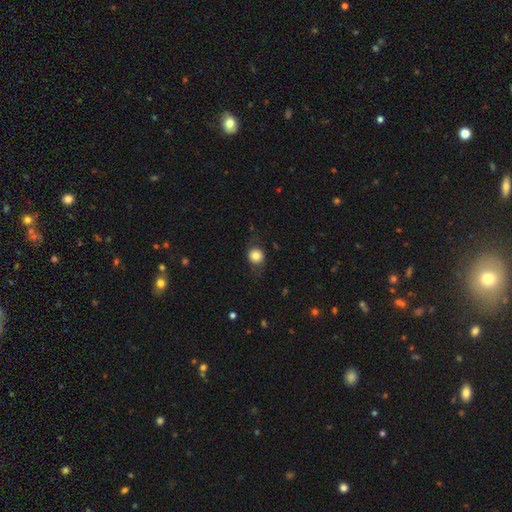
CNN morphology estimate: This is likely a smooth galaxy (79%). How rounded: clearly round (85%). Merging: likely none (77%).